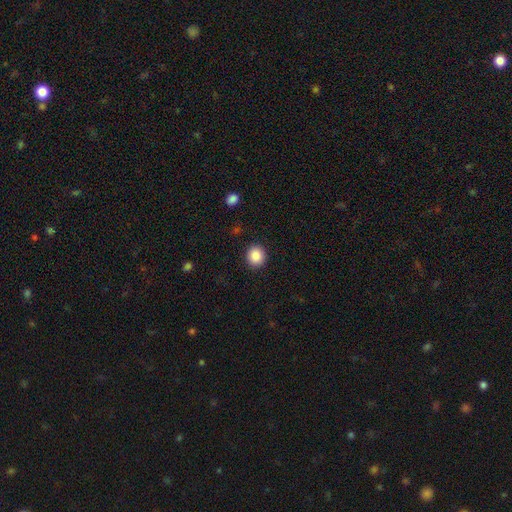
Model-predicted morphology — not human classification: type=smooth (88%); roundness=round (86%); merging=none (91%).